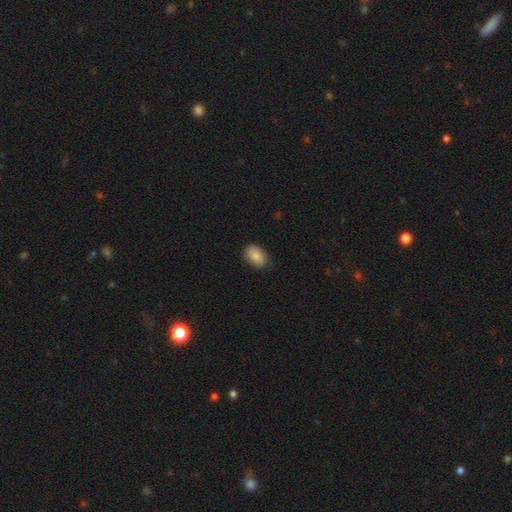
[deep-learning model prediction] smooth 85%, featured or disk 8%, star or artifact 7%. Down the decision tree: how rounded — in between (87%); merging — none (75%).